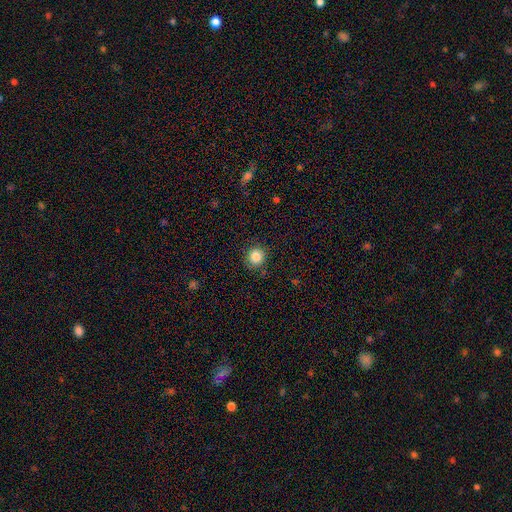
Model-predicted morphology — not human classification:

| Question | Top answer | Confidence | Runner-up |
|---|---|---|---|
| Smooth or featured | smooth | 85% | star or artifact (10%) |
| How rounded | round | 90% | in between (9%) |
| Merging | none | 89% | minor disturbance (8%) |